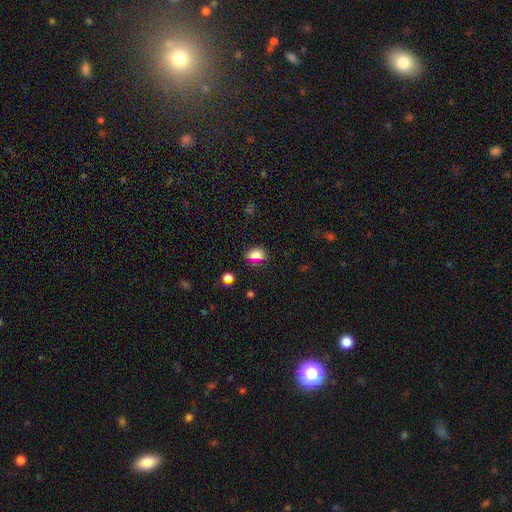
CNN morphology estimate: smooth-or-featured: smooth: 78% | star or artifact: 16% | featured or disk: 7%
  how-rounded: in between: 72% | round: 25% | cigar-shaped: 3%
  merging: none: 74% | minor disturbance: 17% | major disturbance: 5% | merger: 4%